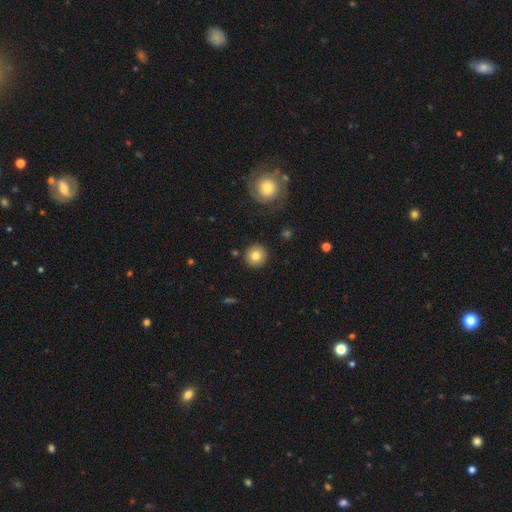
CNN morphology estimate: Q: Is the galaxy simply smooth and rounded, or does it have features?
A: smooth — 80%.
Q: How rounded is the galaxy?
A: round — 95%.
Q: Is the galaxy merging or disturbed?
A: none — 90%.